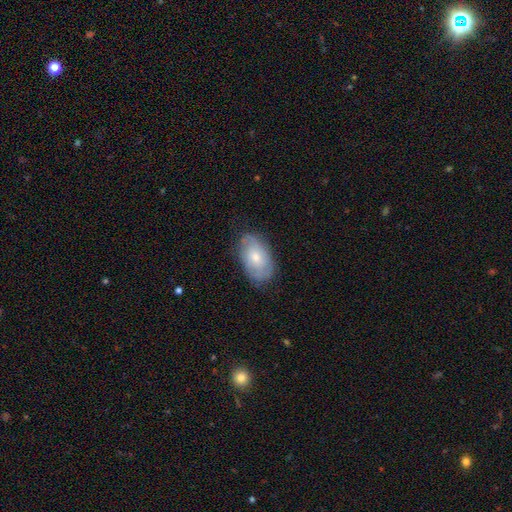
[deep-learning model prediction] Smooth or featured? Predicted: featured or disk (p=0.48). Merging? Predicted: none (p=0.75).